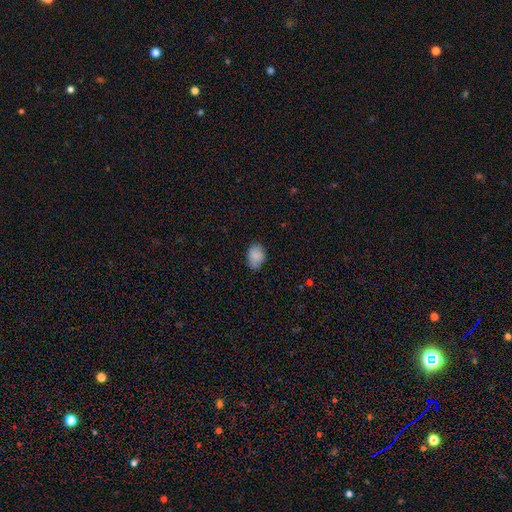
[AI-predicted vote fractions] Smooth or featured? Predicted: smooth (p=0.85). How rounded? Predicted: in between (p=0.68). Merging? Predicted: none (p=0.68).